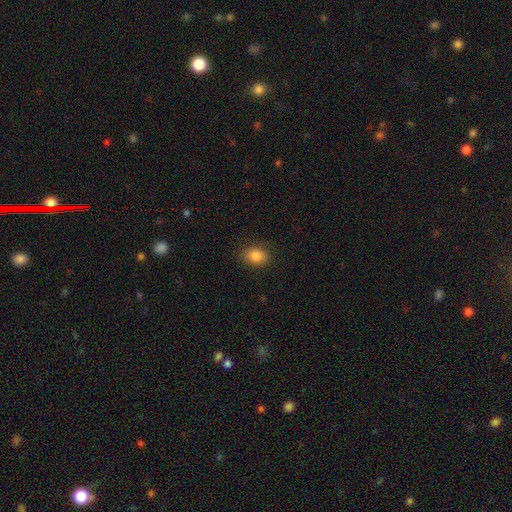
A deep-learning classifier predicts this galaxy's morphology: Smooth or featured: smooth — 85% (star or artifact — 10%)
How rounded: in between — 64% (round — 35%)
Merging: none — 86% (minor disturbance — 10%)